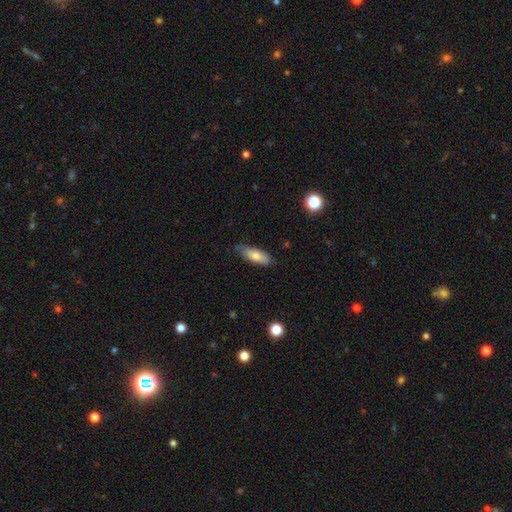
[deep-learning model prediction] A smooth galaxy with no disk features (77%) that is in between round and cigar-shaped (66%).

Vote fractions:
- Smooth or featured? smooth: 77% / featured or disk: 16% / star or artifact: 7%
- How rounded? in between: 66% / cigar-shaped: 31% / round: 2%
- Merging? none: 73% / minor disturbance: 22% / major disturbance: 3% / merger: 2%